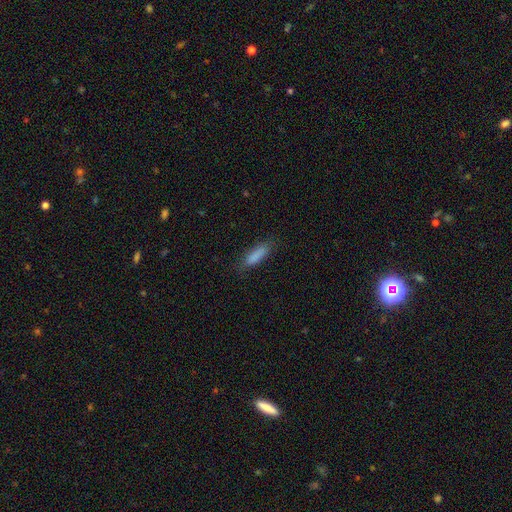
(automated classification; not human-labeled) Overall: smooth (86%). How rounded: cigar-shaped (56%; in between 43%). Merging: none (79%).